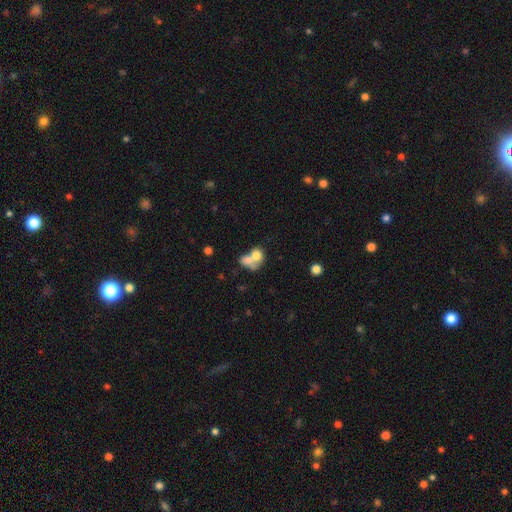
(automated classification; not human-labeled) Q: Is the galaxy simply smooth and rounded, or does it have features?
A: smooth — 70%.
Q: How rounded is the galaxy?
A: in between — 54%.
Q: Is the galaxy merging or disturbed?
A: merger — 67%.